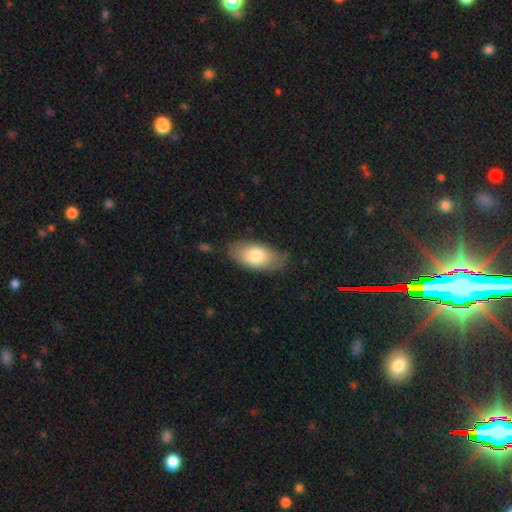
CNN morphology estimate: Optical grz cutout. It shows a smooth galaxy with no disk features (77%) that is in between round and cigar-shaped (93%). Merging: none (74%).